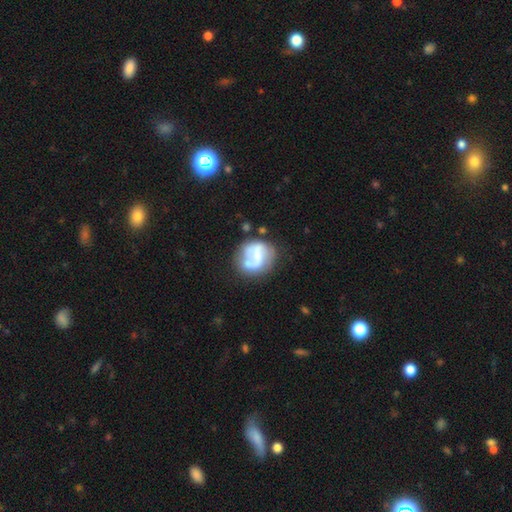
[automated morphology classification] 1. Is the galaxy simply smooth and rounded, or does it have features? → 58% featured or disk, 35% smooth, 7% star or artifact.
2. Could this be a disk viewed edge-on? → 98% no, 2% yes.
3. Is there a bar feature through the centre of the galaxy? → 40% weak (tied), 40% no (tied), 20% strong.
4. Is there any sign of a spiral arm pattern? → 70% yes, 30% no.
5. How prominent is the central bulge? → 38% small, 28% moderate, 26% none, 6% large, 2% dominant.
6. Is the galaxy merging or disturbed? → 52% none, 22% minor disturbance, 17% major disturbance, 9% merger.